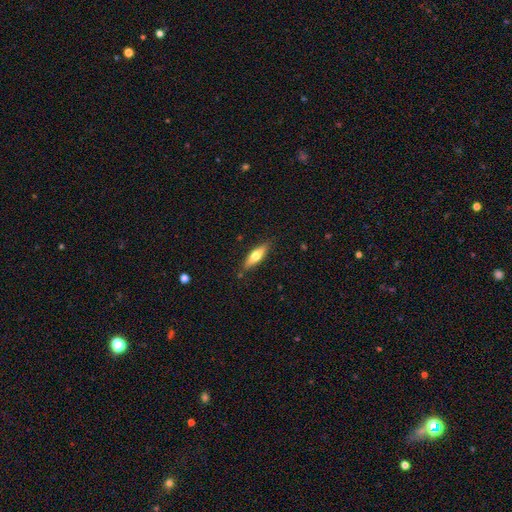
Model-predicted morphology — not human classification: smooth 57%, featured or disk 37%, star or artifact 6%. Down the decision tree: how rounded — cigar-shaped (58%); merging — none (84%).